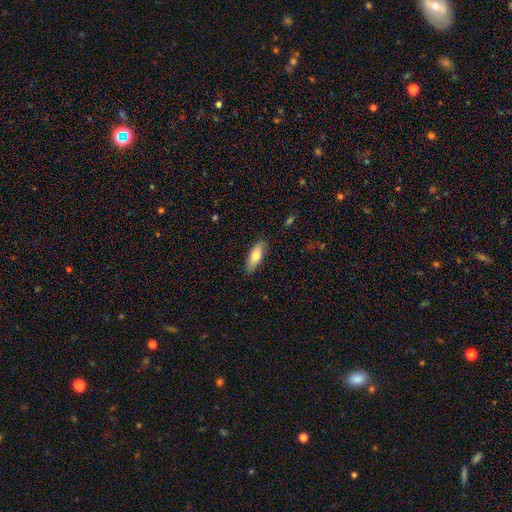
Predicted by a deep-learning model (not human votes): Smooth or featured: smooth — 74% (featured or disk — 20%)
How rounded: in between — 72% (cigar-shaped — 26%)
Merging: none — 82% (minor disturbance — 14%)